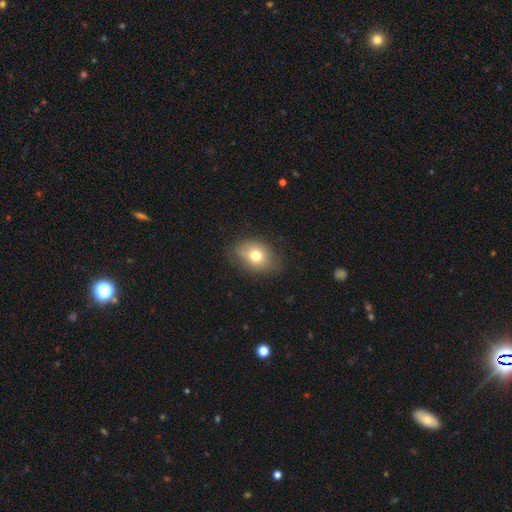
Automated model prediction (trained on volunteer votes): This appears to be a smooth galaxy with no disk features (74%) that is in between round and cigar-shaped (70%). Merging: none (73%).